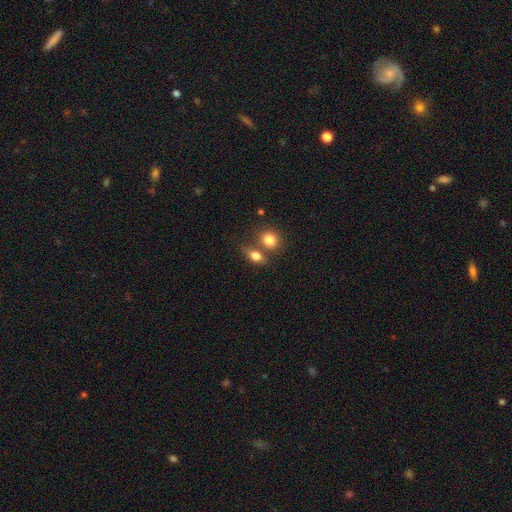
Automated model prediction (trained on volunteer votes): This appears to be a smooth galaxy with no disk features (78%) that is in between round and cigar-shaped (60%). Merging: none (48%).